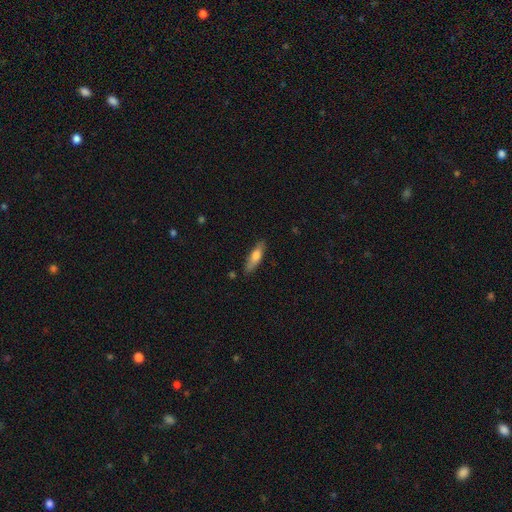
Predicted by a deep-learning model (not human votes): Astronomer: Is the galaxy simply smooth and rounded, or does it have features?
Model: smooth — 68%.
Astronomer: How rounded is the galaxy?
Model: cigar-shaped — 60% (runner-up: in between, 38%).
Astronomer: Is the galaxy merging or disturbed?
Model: none — 84%.